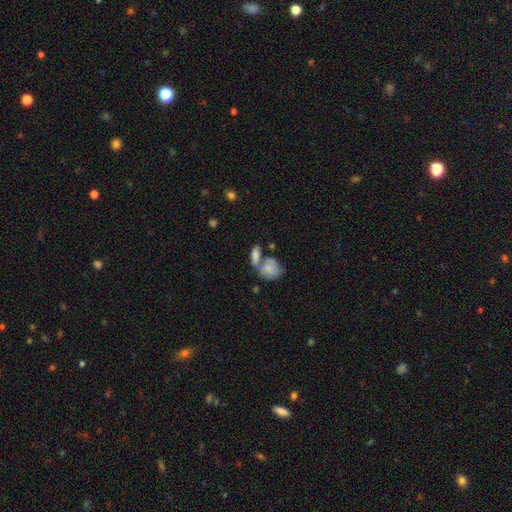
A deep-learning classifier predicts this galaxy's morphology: A smooth galaxy with no disk features (73%) that is in between round and cigar-shaped (74%).

Vote fractions:
- Smooth or featured? smooth: 73% / featured or disk: 19% / star or artifact: 8%
- How rounded? in between: 74% / round: 16% / cigar-shaped: 9%
- Merging? merger: 48% / none: 34% / minor disturbance: 12% / major disturbance: 6%